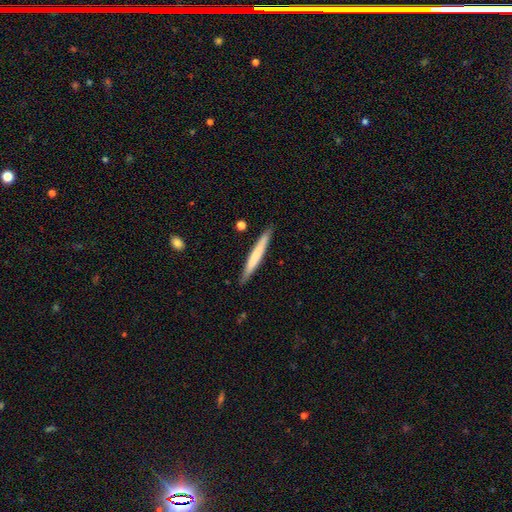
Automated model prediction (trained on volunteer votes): Smooth or featured: smooth — 63% (featured or disk — 32%)
How rounded: cigar-shaped — 96% (in between — 3%)
Merging: none — 89% (minor disturbance — 8%)